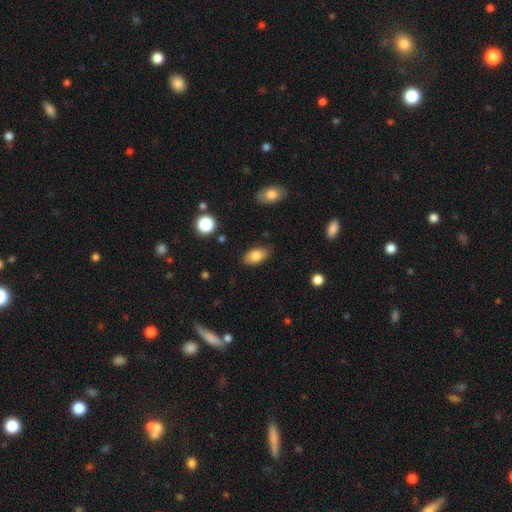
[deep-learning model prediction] Smooth or featured: smooth — 82% (featured or disk — 10%)
How rounded: in between — 92% (round — 6%)
Merging: none — 81% (minor disturbance — 14%)